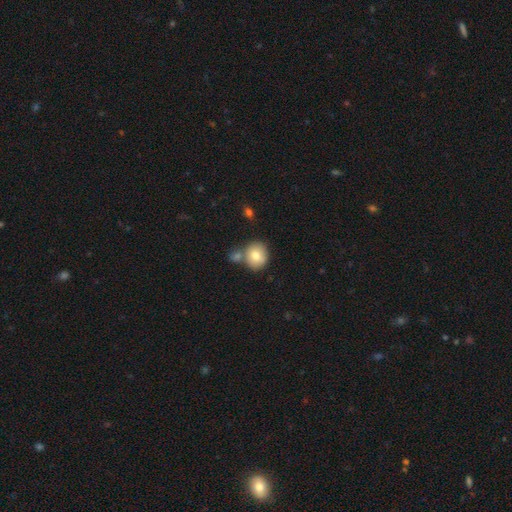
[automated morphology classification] smooth_or_featured: smooth (p=0.78) [alt: featured or disk p=0.13]
how_rounded: round (p=0.78) [alt: in between p=0.21]
merging: none (p=0.59) [alt: merger p=0.27]